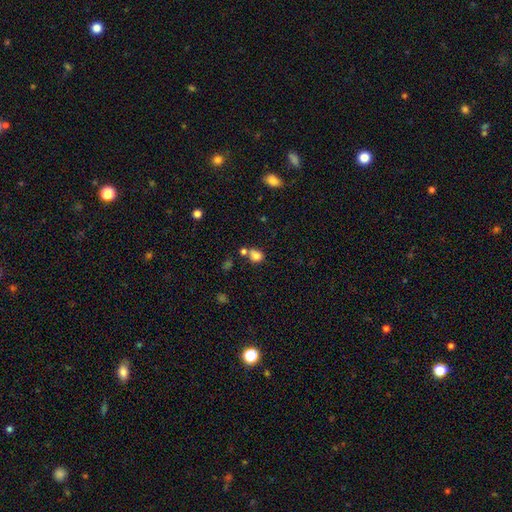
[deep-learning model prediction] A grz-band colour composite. It shows a smooth galaxy with no disk features (78%) that is round (66%). Merging: none (48%).